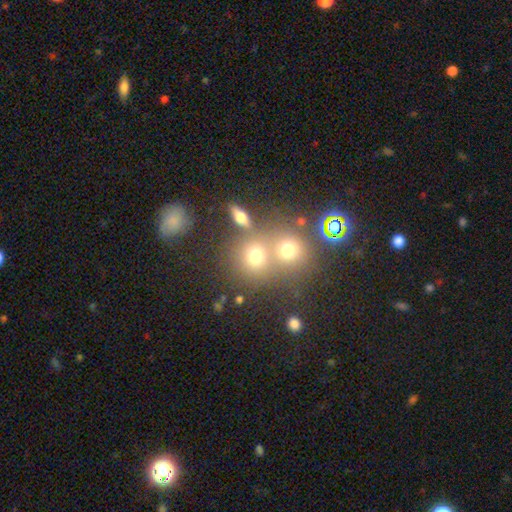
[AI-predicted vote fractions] Smooth or featured: smooth — 69% (star or artifact — 19%)
How rounded: round — 80% (in between — 18%)
Merging: none — 50% (merger — 39%)